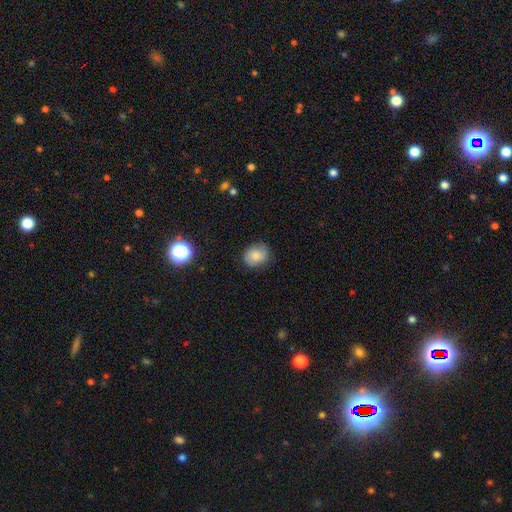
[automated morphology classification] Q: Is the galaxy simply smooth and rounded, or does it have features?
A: smooth — 79%.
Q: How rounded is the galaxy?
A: round — 53%.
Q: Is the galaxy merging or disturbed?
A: none — 80%.